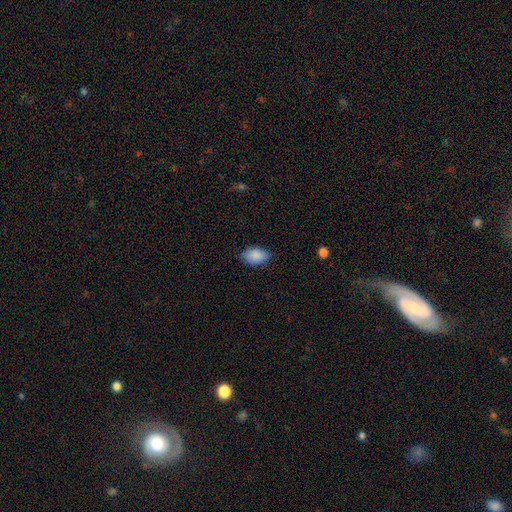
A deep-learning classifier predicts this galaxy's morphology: Overall: smooth (89%). How rounded: in between (90%). Merging: none (81%).